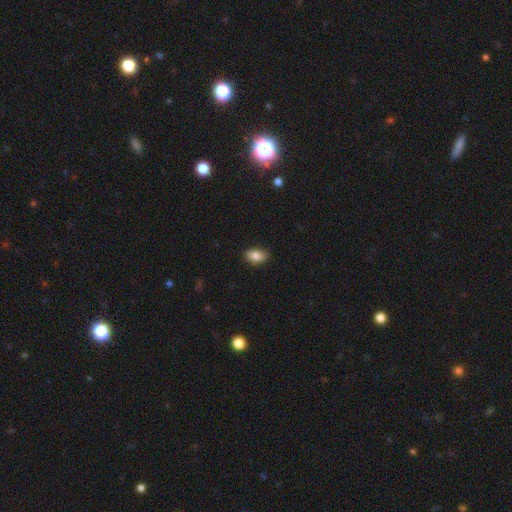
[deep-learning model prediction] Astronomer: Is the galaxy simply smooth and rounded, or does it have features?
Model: smooth — 83%.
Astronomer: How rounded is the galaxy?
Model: in between — 88%.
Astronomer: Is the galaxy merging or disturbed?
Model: none — 86%.